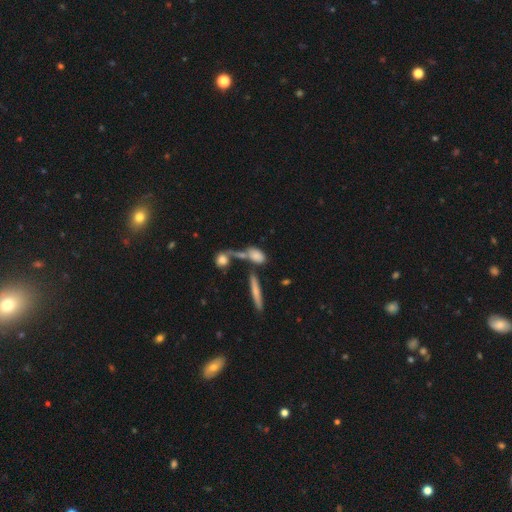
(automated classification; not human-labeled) smooth 74%, featured or disk 17%, star or artifact 9%. Down the decision tree: how rounded — in between (70%); merging — none (39%).